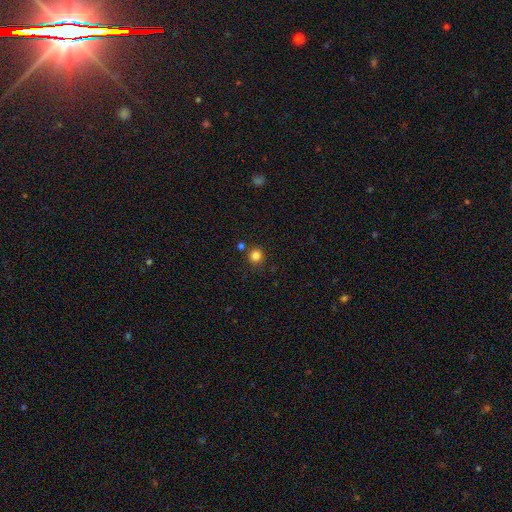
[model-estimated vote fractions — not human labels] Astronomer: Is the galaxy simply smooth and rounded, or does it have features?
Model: smooth — 83%.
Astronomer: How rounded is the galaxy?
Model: round — 91%.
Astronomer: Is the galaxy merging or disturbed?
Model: none — 81%.